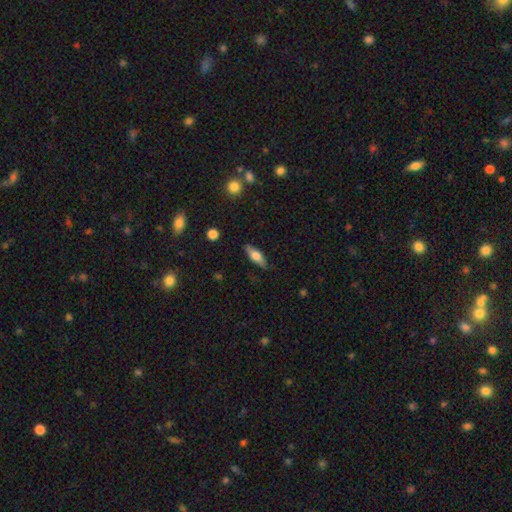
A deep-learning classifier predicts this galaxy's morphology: A smooth galaxy with no disk features (62%) that is in between round and cigar-shaped (58%).

Vote fractions:
- Smooth or featured? smooth: 62% / featured or disk: 31% / star or artifact: 7%
- How rounded? in between: 58% / cigar-shaped: 39% / round: 3%
- Merging? none: 84% / minor disturbance: 12% / major disturbance: 3% / merger: 1%